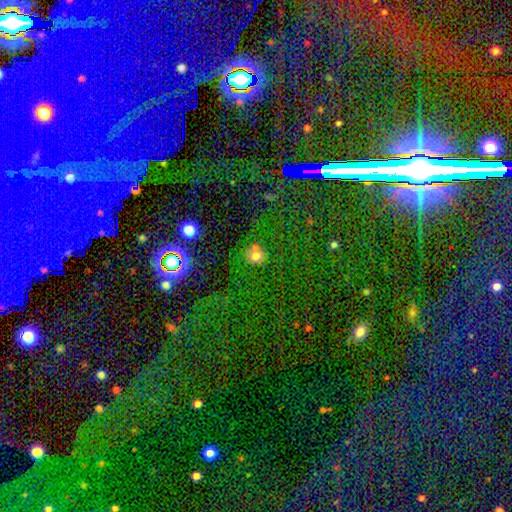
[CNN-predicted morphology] The model was most divided on "merging": none: 71%, minor disturbance: 14%, merger: 10%, major disturbance: 5%. More confident: how rounded — round (83%); smooth or featured — smooth (74%).